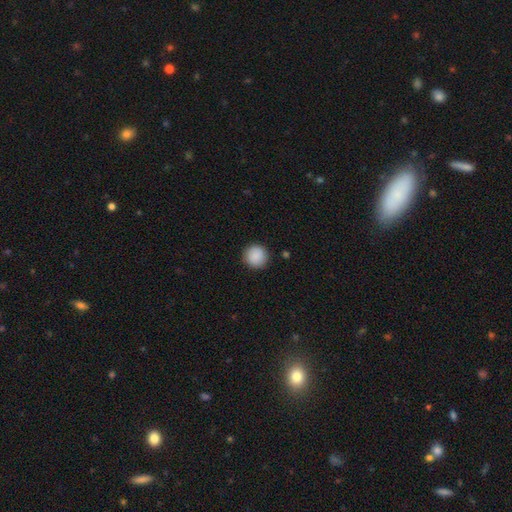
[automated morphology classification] Q: Smooth or featured?
A: smooth (89%); runner-up: star or artifact (7%)
Q: How rounded?
A: round (95%); runner-up: in between (4%)
Q: Merging?
A: none (91%); runner-up: minor disturbance (6%)